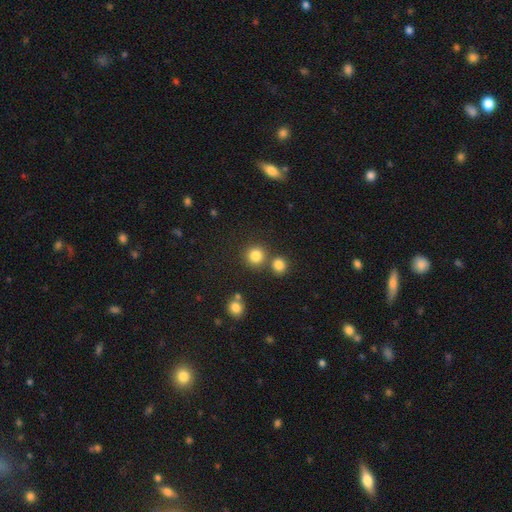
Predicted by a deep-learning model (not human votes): Smooth or featured? smooth (82%)
How rounded? round (91%)
Merging? none (73%)